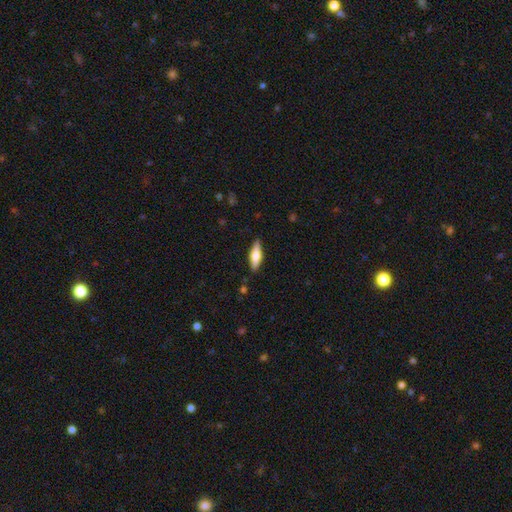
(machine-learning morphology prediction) Smooth or featured? Predicted: smooth (p=0.49). Merging? Predicted: none (p=0.88).